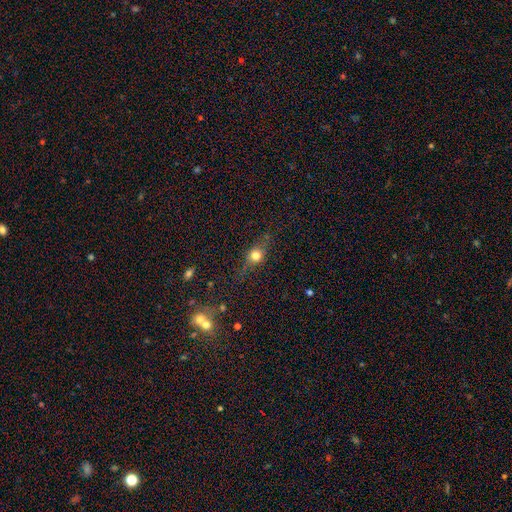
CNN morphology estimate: This is possibly a smooth galaxy (59%). How rounded: possibly round (54%). Merging: likely none (73%).